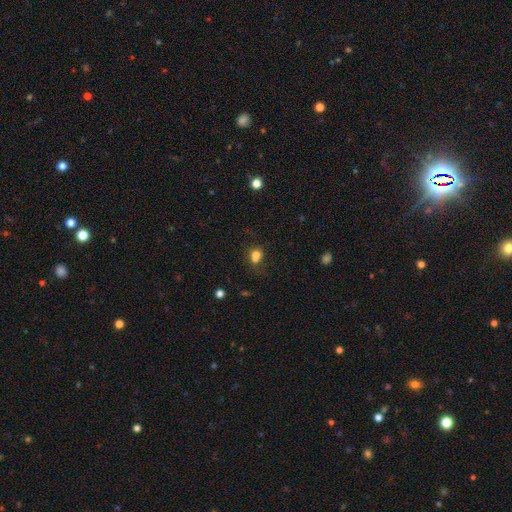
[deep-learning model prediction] A smooth galaxy with no disk features (75%) that is in between round and cigar-shaped (52%).

Vote fractions:
- Smooth or featured? smooth: 75% / star or artifact: 15% / featured or disk: 10%
- How rounded? in between: 52% / round: 46% / cigar-shaped: 2%
- Merging? none: 42% / merger: 32% / minor disturbance: 17% / major disturbance: 9%